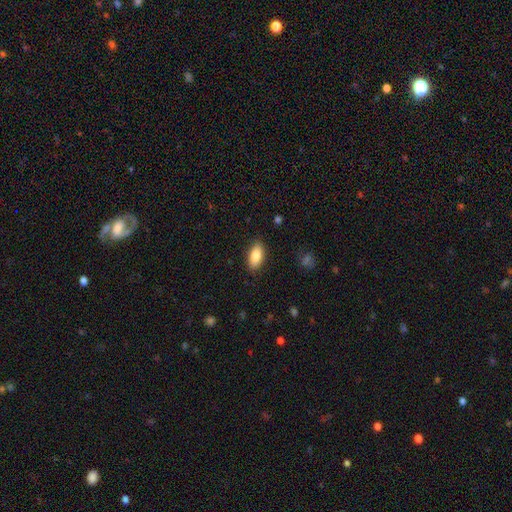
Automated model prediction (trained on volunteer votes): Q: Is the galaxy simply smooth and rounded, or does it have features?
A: smooth — 86%.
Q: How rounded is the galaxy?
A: in between — 90%.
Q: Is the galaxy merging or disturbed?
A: none — 87%.